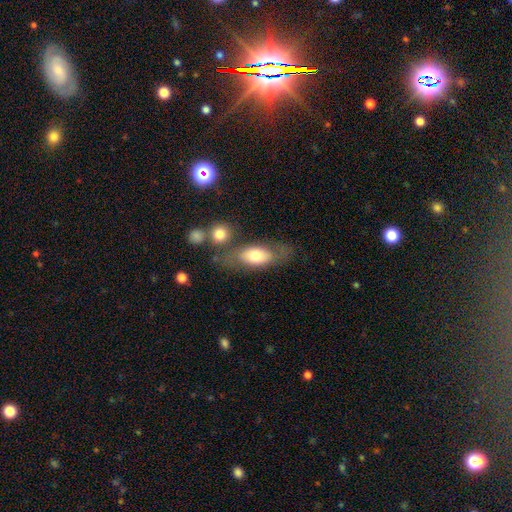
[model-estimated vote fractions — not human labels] Q: Smooth or featured?
A: smooth (68%); runner-up: featured or disk (25%)
Q: How rounded?
A: in between (80%); runner-up: cigar-shaped (13%)
Q: Merging?
A: none (58%); runner-up: minor disturbance (17%)